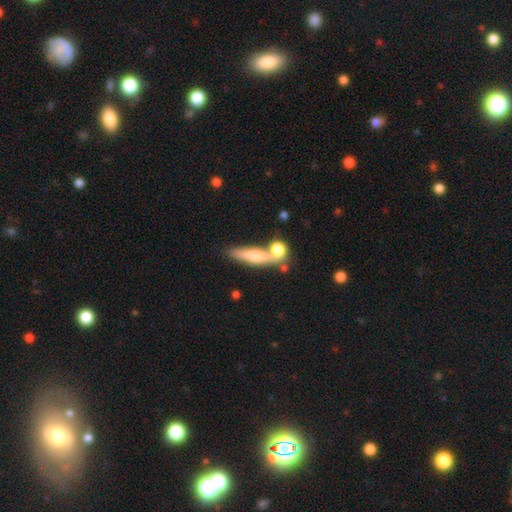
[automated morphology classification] smooth_or_featured: smooth (p=0.64) [alt: featured or disk p=0.28]
how_rounded: cigar-shaped (p=0.73) [alt: in between p=0.22]
merging: none (p=0.55) [alt: merger p=0.23]